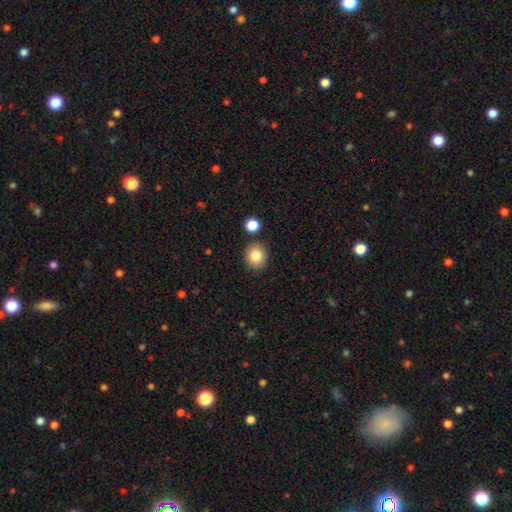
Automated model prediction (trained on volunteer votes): Smooth or featured? Predicted: smooth (p=0.84). How rounded? Predicted: round (p=0.82). Merging? Predicted: none (p=0.86).